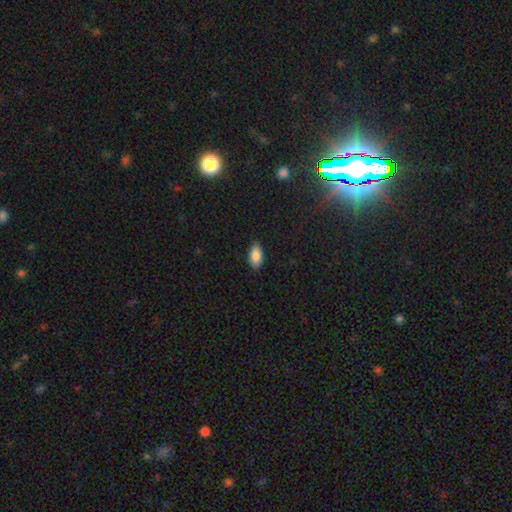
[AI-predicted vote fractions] Smooth or featured?
  - smooth: 88% *
  - star or artifact: 7%
  - featured or disk: 5%
How rounded?
  - in between: 92% *
  - cigar-shaped: 5%
  - round: 3%
Merging?
  - none: 88% *
  - minor disturbance: 9%
  - major disturbance: 2%
  - merger: 1%